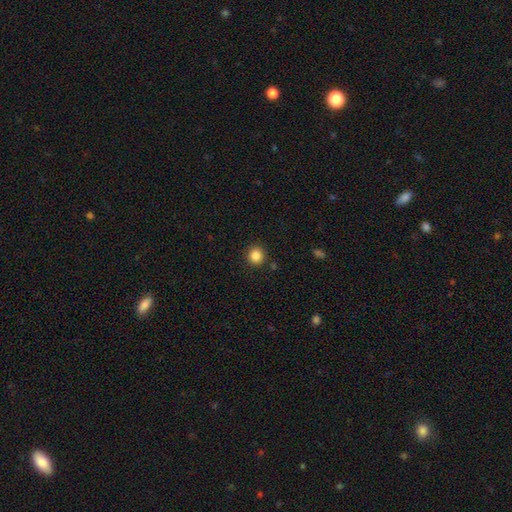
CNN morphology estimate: The model was most divided on "smooth or featured": smooth: 85%, star or artifact: 11%, featured or disk: 4%. More confident: how rounded — round (92%); merging — none (90%).